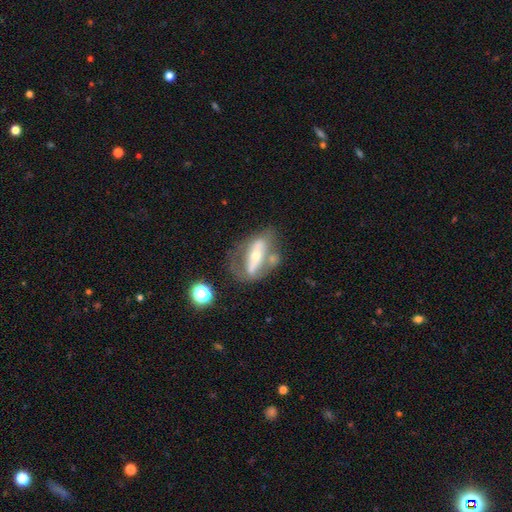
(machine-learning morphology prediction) Smooth or featured?
  - featured or disk: 65% *
  - smooth: 27%
  - star or artifact: 7%
Edge-on disk?
  - no: 74% *
  - yes: 26%
Merging?
  - none: 46% *
  - minor disturbance: 20%
  - major disturbance: 18%
  - merger: 16%